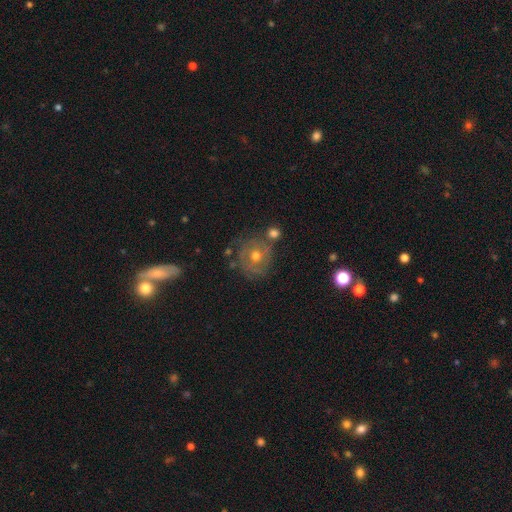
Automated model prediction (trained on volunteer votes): This is possibly a featured or disk galaxy (57%). It is clearly not viewed edge-on (95%). Bar: clearly no (82%). Spiral arm pattern: likely yes (67%). Central bulge: likely moderate (70%). Merging: likely none (68%).